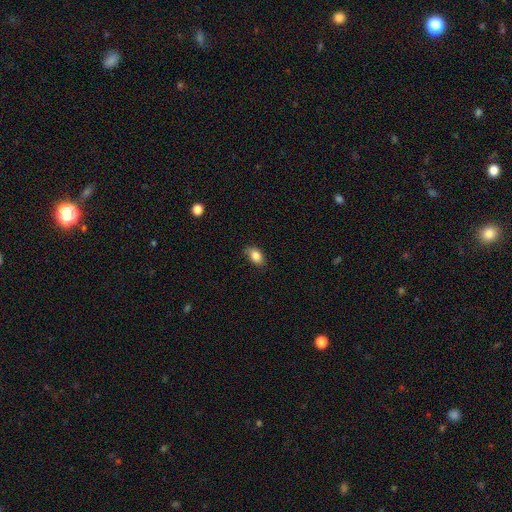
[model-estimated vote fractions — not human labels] Smooth or featured: smooth — 85% (star or artifact — 8%)
How rounded: in between — 85% (round — 13%)
Merging: none — 83% (minor disturbance — 14%)